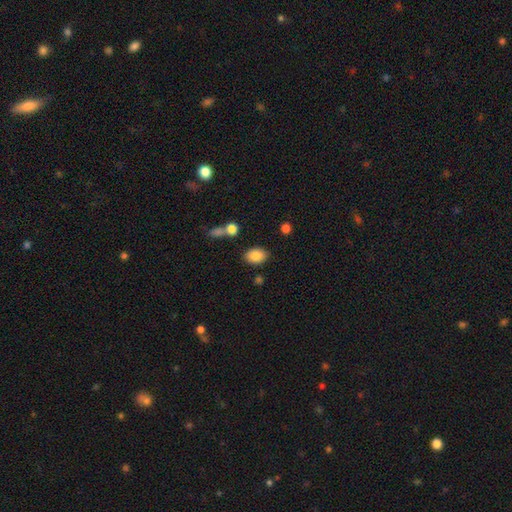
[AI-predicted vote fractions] A smooth galaxy with no disk features (87%) that is in between round and cigar-shaped (81%). Merging: none (79%).